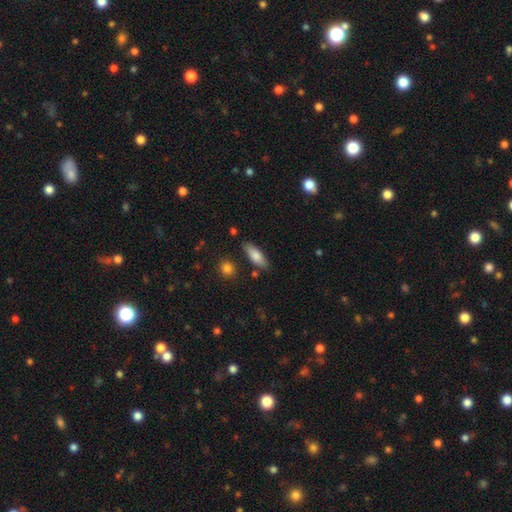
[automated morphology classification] smooth_or_featured: smooth (p=0.77) [alt: featured or disk p=0.17]
how_rounded: in between (p=0.59) [alt: cigar-shaped p=0.39]
merging: none (p=0.81) [alt: minor disturbance p=0.13]